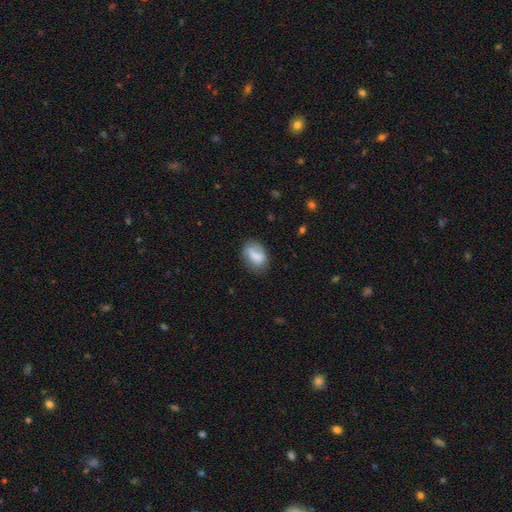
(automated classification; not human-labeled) The model was most divided on "merging": none: 63%, minor disturbance: 25%, major disturbance: 9%, merger: 3%. More confident: how rounded — in between (79%); smooth or featured — smooth (72%).